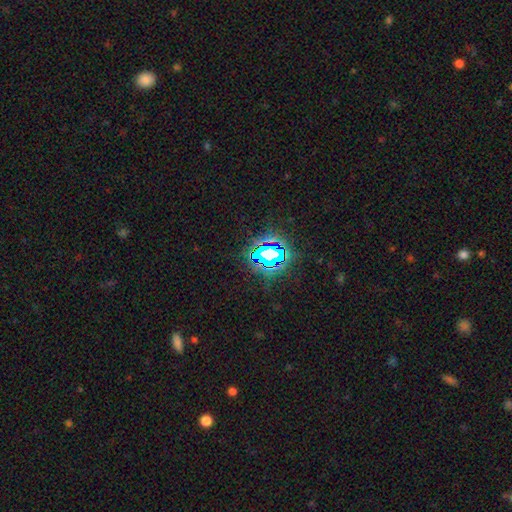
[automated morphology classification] This is likely a star or artifact rather than a galaxy (79%).